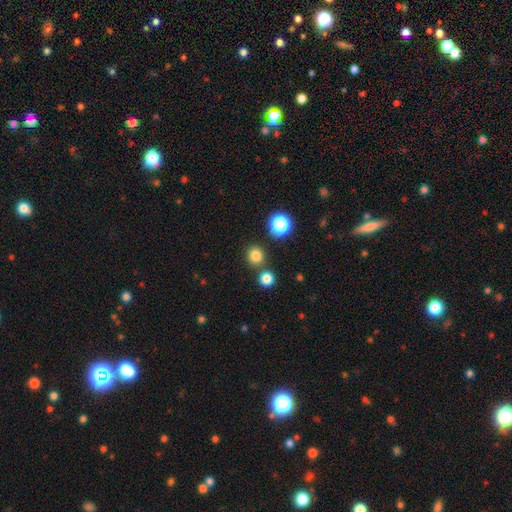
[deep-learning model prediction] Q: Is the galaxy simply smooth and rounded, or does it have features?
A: smooth — 80%.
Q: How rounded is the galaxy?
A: round — 91%.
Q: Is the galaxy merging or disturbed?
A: none — 80%.